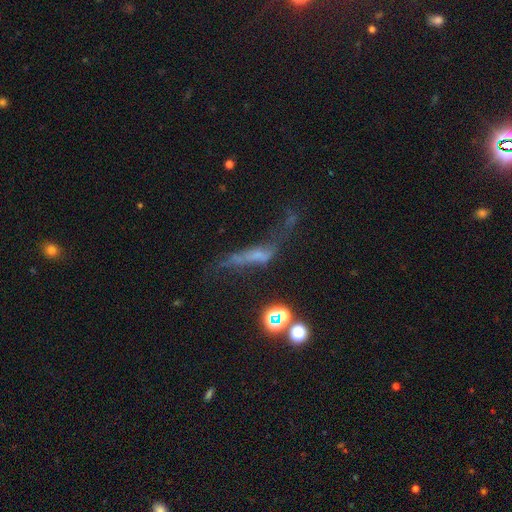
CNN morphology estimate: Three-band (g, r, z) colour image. It shows a featured or disk galaxy (45%). Merging: major disturbance (38%).